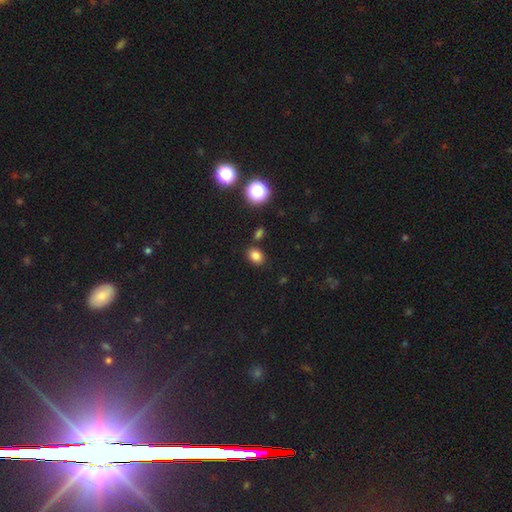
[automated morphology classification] A smooth galaxy with no disk features (81%) that is in between round and cigar-shaped (69%).

Vote fractions:
- Smooth or featured? smooth: 81% / star or artifact: 14% / featured or disk: 6%
- How rounded? in between: 69% / round: 30% / cigar-shaped: 1%
- Merging? none: 82% / minor disturbance: 10% / merger: 6% / major disturbance: 3%